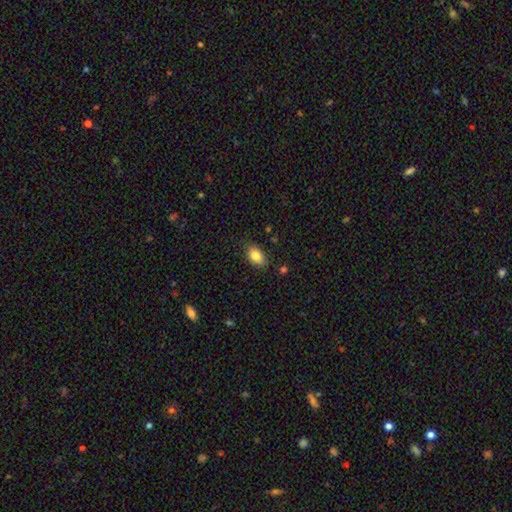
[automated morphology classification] smooth 84%, star or artifact 8%, featured or disk 8%. Down the decision tree: how rounded — in between (88%); merging — none (83%).